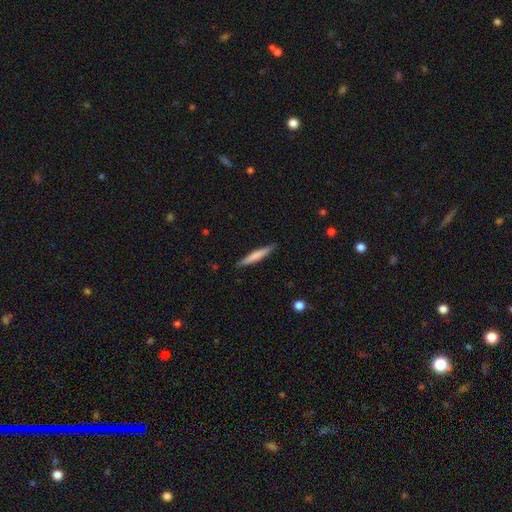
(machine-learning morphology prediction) Smooth or featured: smooth — 68% (featured or disk — 27%)
How rounded: cigar-shaped — 94% (in between — 4%)
Merging: none — 89% (minor disturbance — 8%)